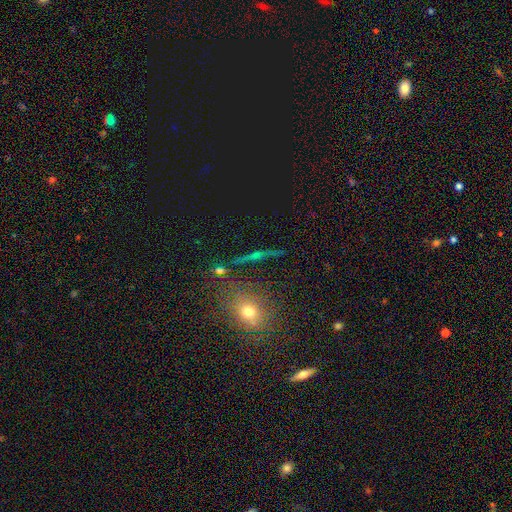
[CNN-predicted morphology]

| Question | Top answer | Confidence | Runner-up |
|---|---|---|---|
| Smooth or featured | featured or disk | 47% | star or artifact (32%) |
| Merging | none | 83% | minor disturbance (8%) |